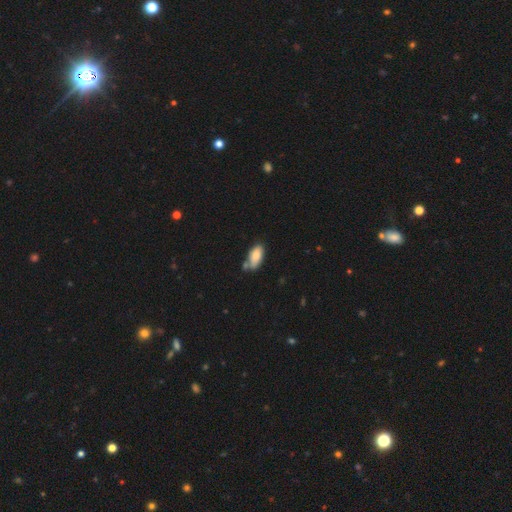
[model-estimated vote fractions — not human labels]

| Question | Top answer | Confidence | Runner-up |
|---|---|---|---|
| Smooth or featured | smooth | 82% | featured or disk (12%) |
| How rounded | in between | 90% | cigar-shaped (8%) |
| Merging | none | 55% | minor disturbance (24%) |